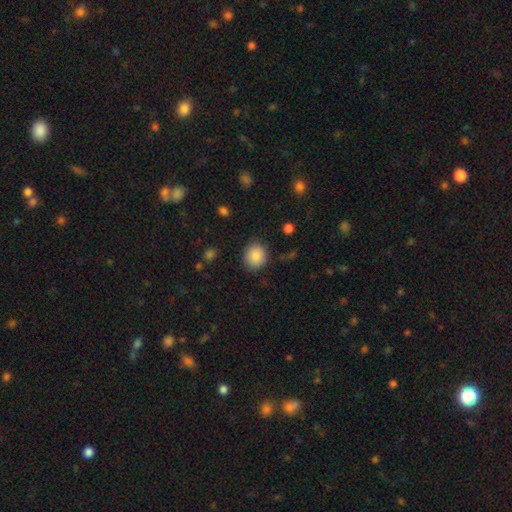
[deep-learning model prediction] Q: Smooth or featured?
A: smooth (87%); runner-up: star or artifact (8%)
Q: How rounded?
A: round (78%); runner-up: in between (21%)
Q: Merging?
A: none (85%); runner-up: minor disturbance (10%)